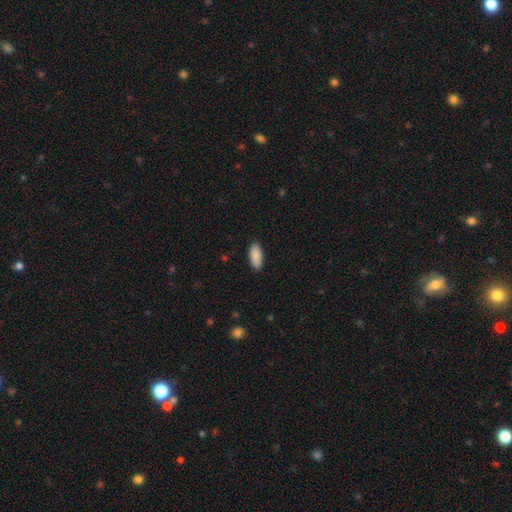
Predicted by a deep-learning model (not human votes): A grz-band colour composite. It shows a smooth galaxy with no disk features (90%) that is in between round and cigar-shaped (87%). Merging: none (89%).